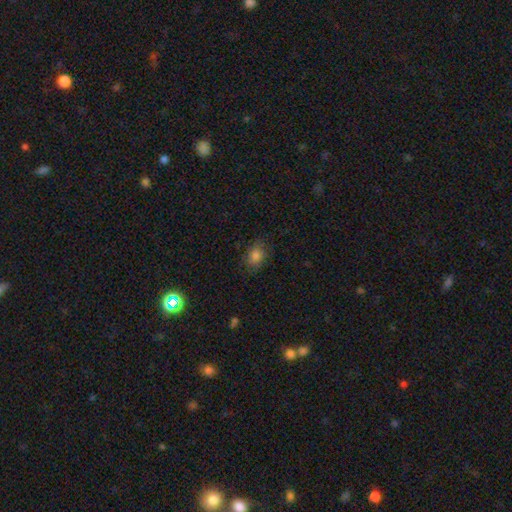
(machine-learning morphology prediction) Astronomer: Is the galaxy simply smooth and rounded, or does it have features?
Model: smooth — 83%.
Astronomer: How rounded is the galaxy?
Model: in between — 68%.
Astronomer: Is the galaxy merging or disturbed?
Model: none — 79%.